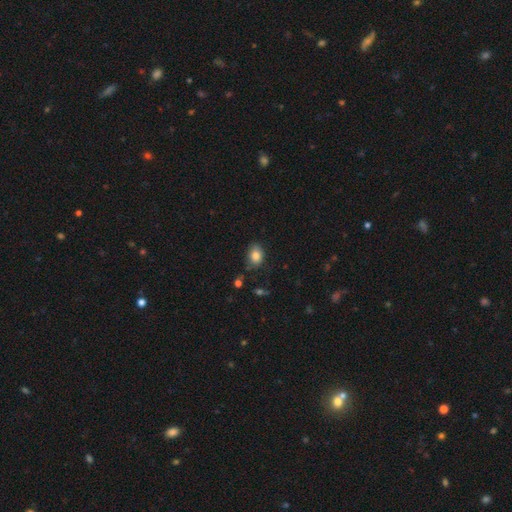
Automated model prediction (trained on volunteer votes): Smooth or featured: smooth — 84% (star or artifact — 9%)
How rounded: in between — 71% (round — 28%)
Merging: none — 72% (minor disturbance — 21%)